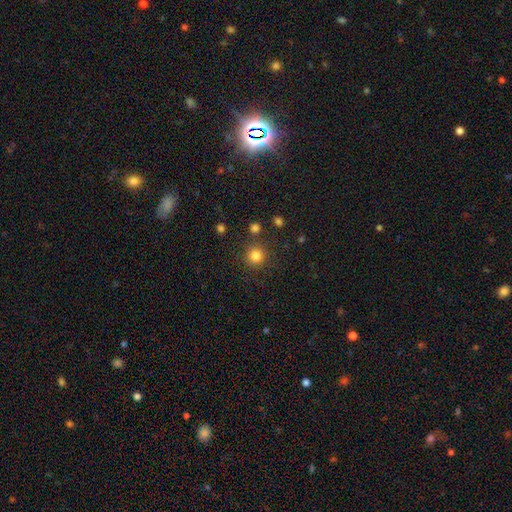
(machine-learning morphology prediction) Smooth or featured? Predicted: smooth (p=0.83). How rounded? Predicted: round (p=0.94). Merging? Predicted: none (p=0.84).